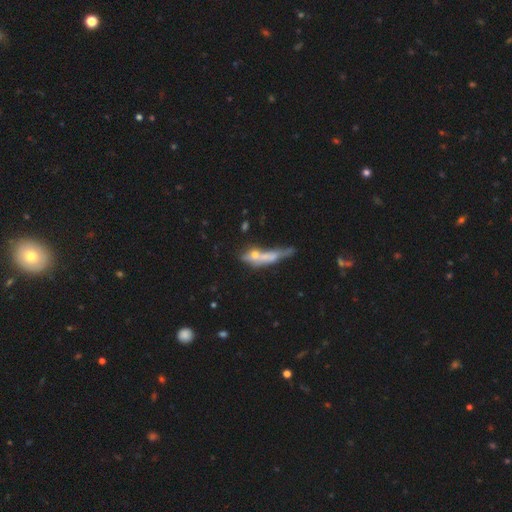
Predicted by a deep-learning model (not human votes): smooth 40%, featured or disk 34%, star or artifact 26%. Down the decision tree: merging — merger (36%).